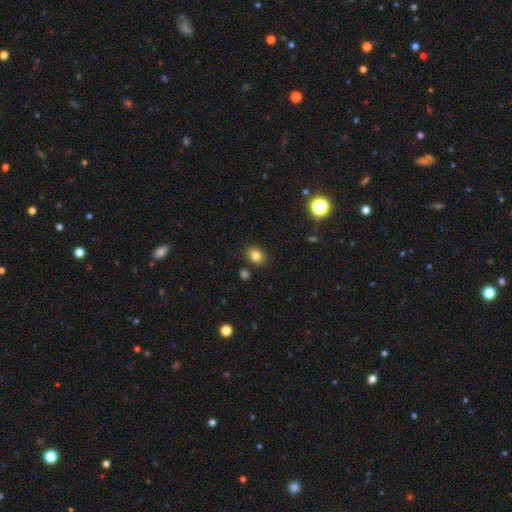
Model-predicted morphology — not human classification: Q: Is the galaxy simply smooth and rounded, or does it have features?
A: smooth — 81%.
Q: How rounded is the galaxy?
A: round — 52%.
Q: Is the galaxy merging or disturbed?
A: none — 85%.